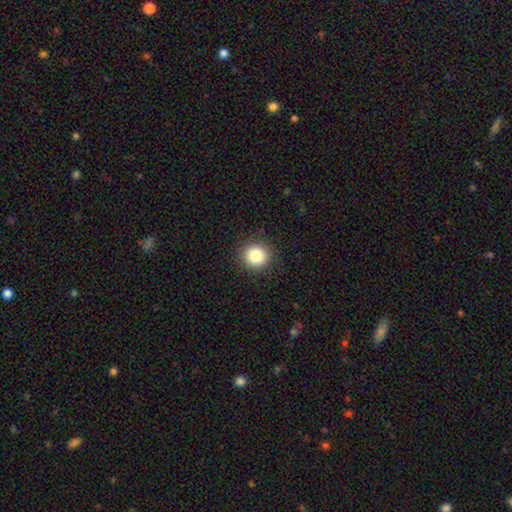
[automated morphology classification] smooth 84%, star or artifact 10%, featured or disk 5%. Down the decision tree: how rounded — round (91%); merging — none (91%).